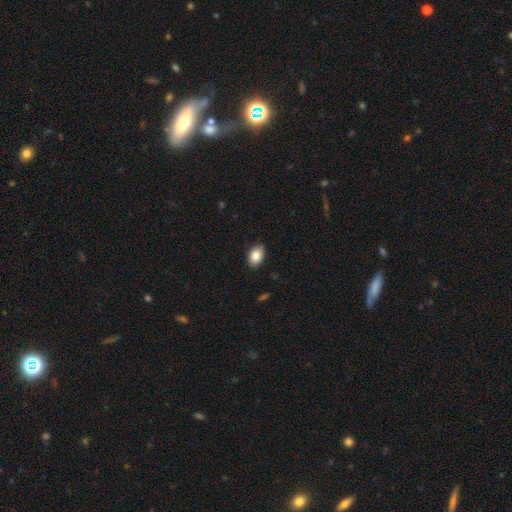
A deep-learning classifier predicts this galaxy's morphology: Overall: smooth (86%). How rounded: in between (85%). Merging: none (87%).